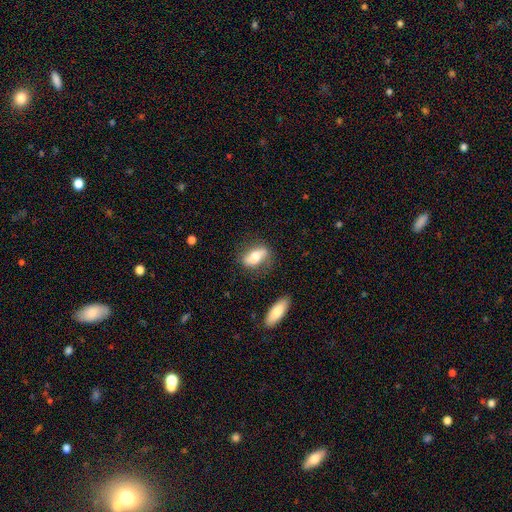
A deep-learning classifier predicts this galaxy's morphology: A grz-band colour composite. It shows a smooth galaxy with no disk features (60%) that is in between round and cigar-shaped (80%). Merging: none (65%).